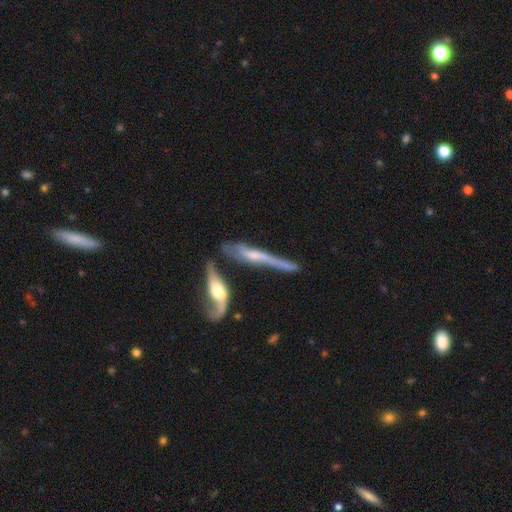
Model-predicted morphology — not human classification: This is likely a featured or disk galaxy (68%). It is likely viewed edge-on (66%). Merging: marginally merger (37%).